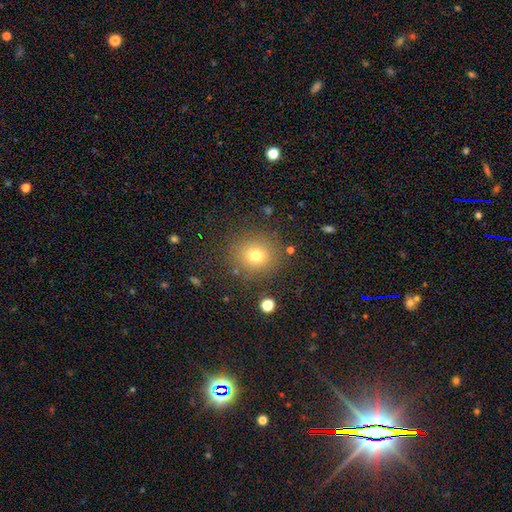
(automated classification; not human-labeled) The model was most divided on "smooth or featured": smooth: 72%, star or artifact: 17%, featured or disk: 11%. More confident: how rounded — round (88%); merging — none (85%).